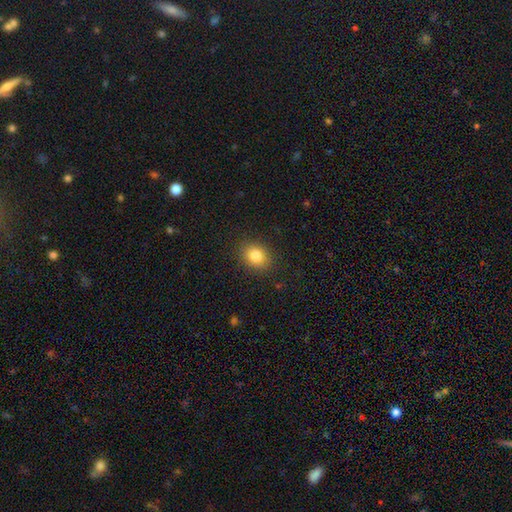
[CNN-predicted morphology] type=smooth (83%); roundness=round (60%); merging=none (88%).